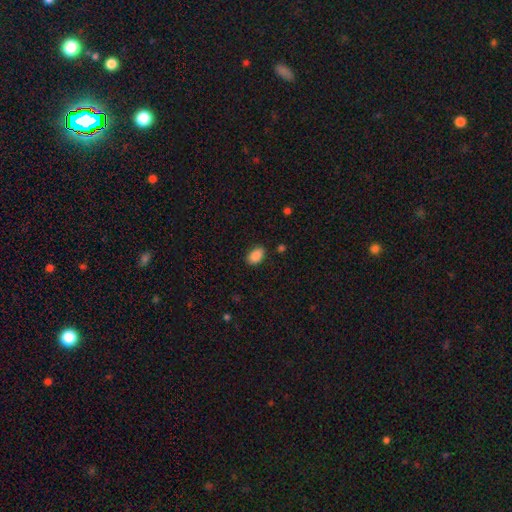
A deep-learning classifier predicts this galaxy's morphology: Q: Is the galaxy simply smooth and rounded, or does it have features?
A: smooth — 88%.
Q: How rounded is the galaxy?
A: in between — 88%.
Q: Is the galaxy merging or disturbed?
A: none — 85%.